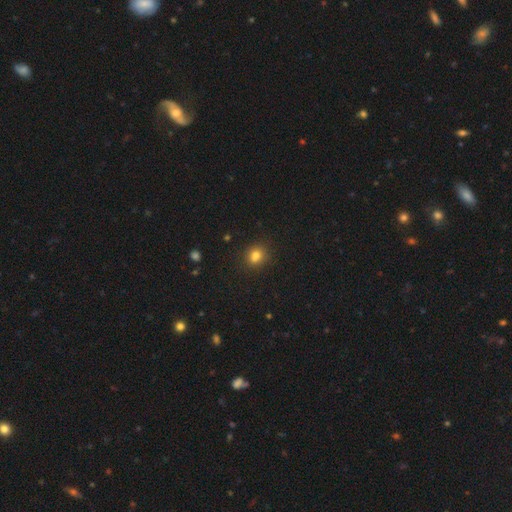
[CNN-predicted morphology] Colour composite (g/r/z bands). It shows a smooth galaxy with no disk features (81%) that is round (67%). Merging: none (84%).